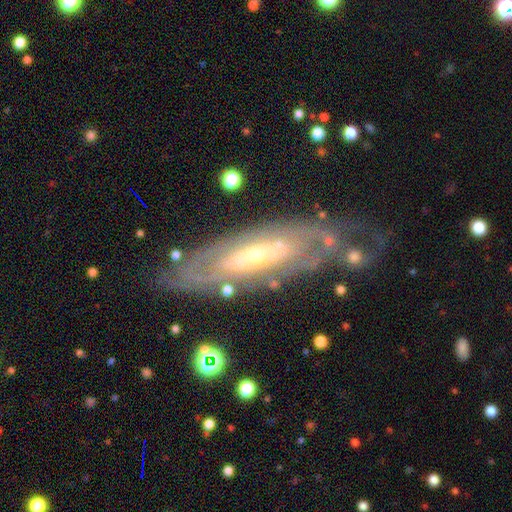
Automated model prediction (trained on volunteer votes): Overall: featured or disk (78%). Edge-on disk: no (74%). Bar: no (55%; weak 27%). Spiral arms: yes (73%). Bulge size: small (55%; moderate 36%). Merging: none (73%).